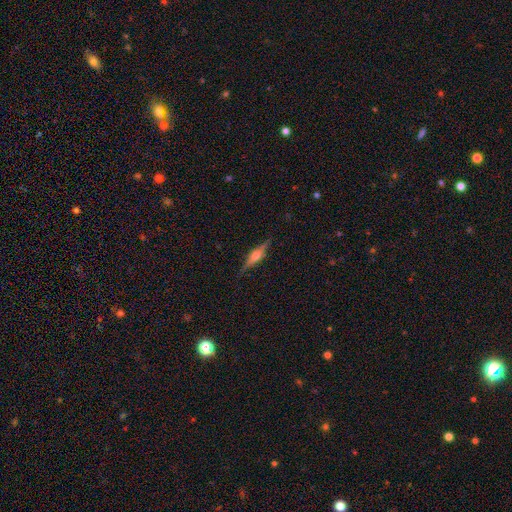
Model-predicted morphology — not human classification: A featured or disk galaxy (76%) viewed edge-on (98%) with a rounded central bulge (86%). Merging: none (88%).